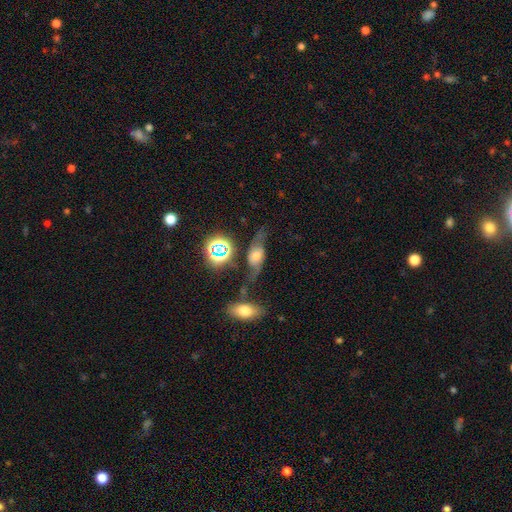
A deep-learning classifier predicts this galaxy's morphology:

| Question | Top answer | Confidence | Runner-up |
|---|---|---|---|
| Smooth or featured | featured or disk | 54% | smooth (29%) |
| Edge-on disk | no | 77% | yes (23%) |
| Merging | none | 54% | minor disturbance (22%) |